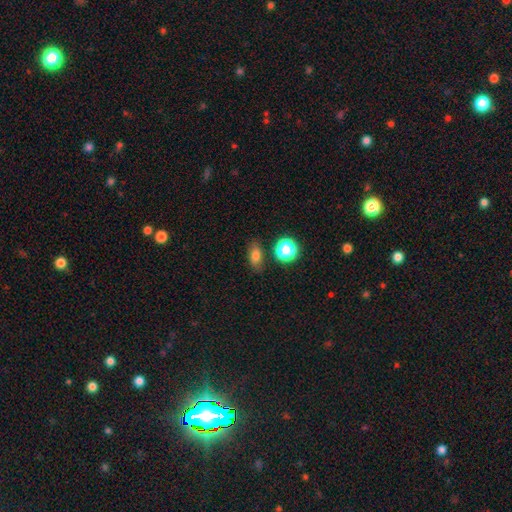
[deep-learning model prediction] Smooth or featured? smooth (76%)
How rounded? in between (75%)
Merging? none (81%)